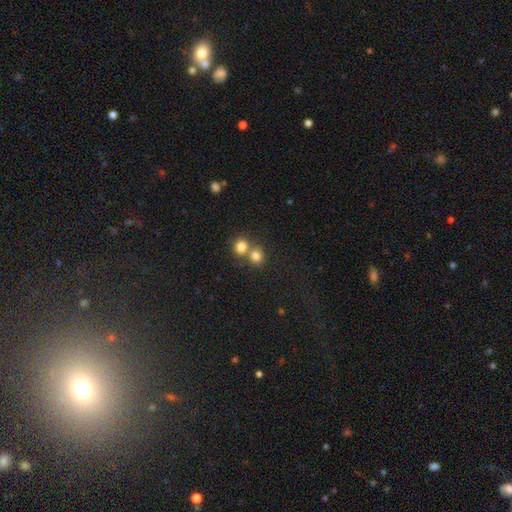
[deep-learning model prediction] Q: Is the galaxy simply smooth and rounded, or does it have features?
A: smooth — 80%.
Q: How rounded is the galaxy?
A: round — 79%.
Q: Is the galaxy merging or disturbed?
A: merger — 50%.